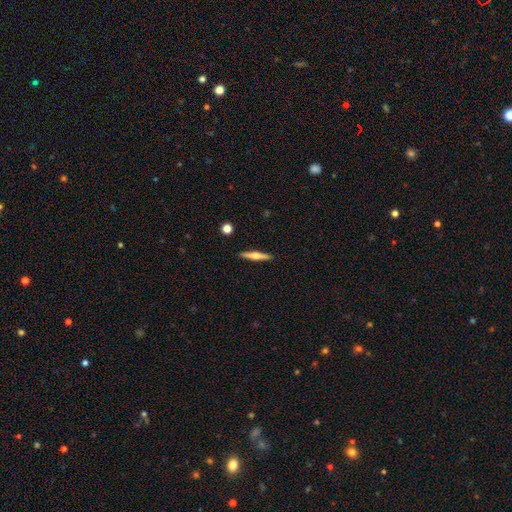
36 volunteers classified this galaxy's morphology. Smooth or featured? featured or disk (69%)
Edge-on disk? yes (96%)
Edge-on bulge? rounded (92%)
Merging? none (100%)